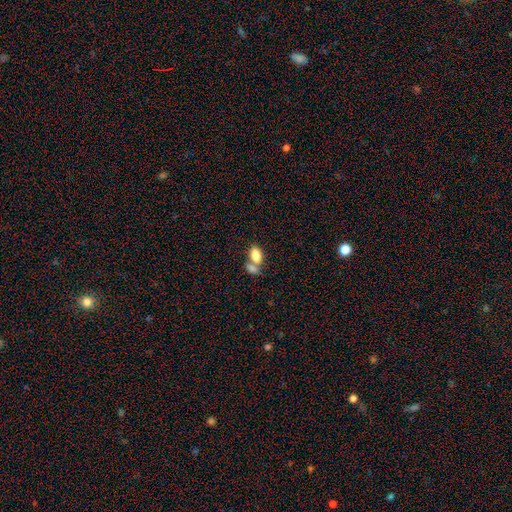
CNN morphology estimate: smooth_or_featured: smooth (p=0.83) [alt: featured or disk p=0.09]
how_rounded: in between (p=0.90) [alt: round p=0.07]
merging: merger (p=0.54) [alt: none p=0.33]